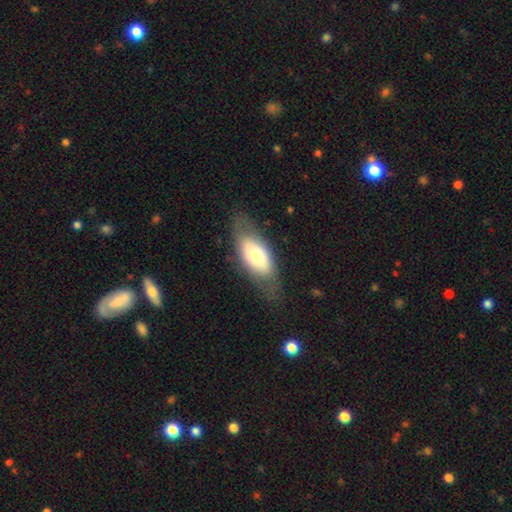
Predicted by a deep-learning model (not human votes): This is likely a smooth galaxy (61%). How rounded: clearly in between (87%). Merging: likely none (70%).